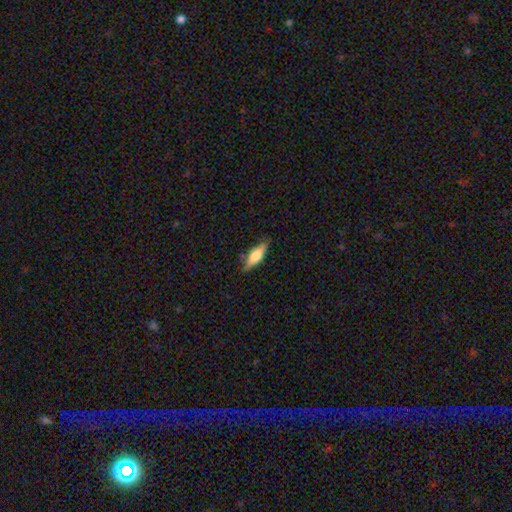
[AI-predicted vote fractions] Morphology: type=smooth (56%); roundness=in between (55%); merging=none (81%).